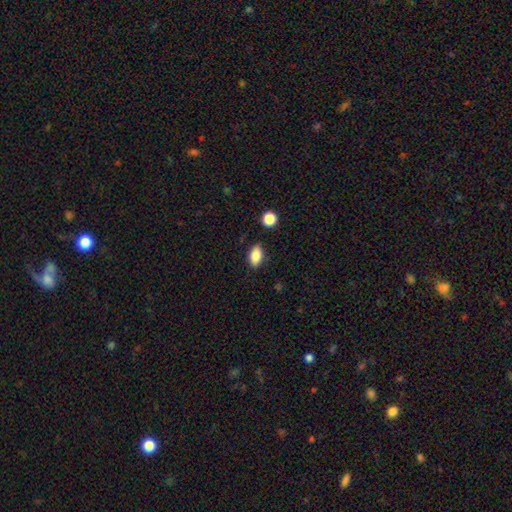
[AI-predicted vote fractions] A smooth galaxy with no disk features (85%) that is in between round and cigar-shaped (89%).

Vote fractions:
- Smooth or featured? smooth: 85% / star or artifact: 8% / featured or disk: 7%
- How rounded? in between: 89% / round: 7% / cigar-shaped: 5%
- Merging? none: 84% / minor disturbance: 11% / major disturbance: 2% / merger: 2%